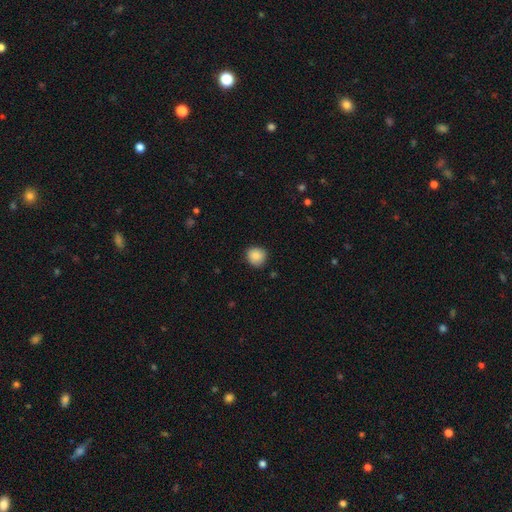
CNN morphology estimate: type=smooth (88%); roundness=round (88%); merging=none (85%).